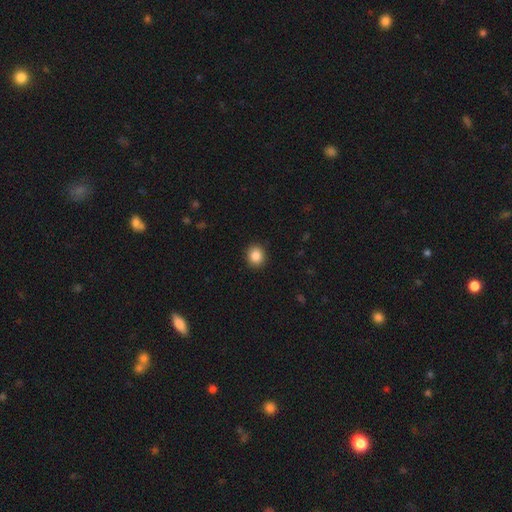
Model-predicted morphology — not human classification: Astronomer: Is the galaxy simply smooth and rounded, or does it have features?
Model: smooth — 86%.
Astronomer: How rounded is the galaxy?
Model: round — 79%.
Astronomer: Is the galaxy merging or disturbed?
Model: none — 92%.